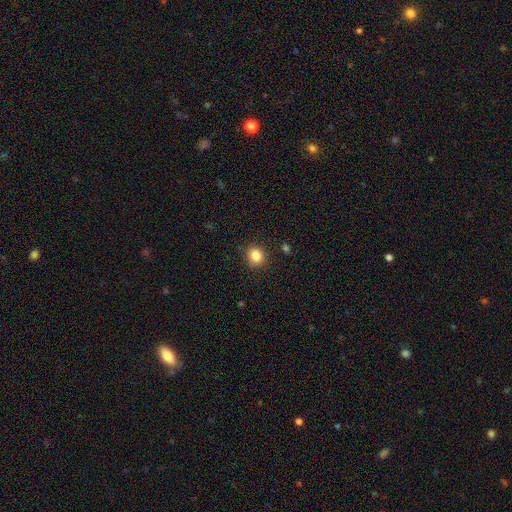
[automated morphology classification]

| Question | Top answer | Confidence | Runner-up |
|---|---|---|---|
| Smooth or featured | smooth | 84% | star or artifact (11%) |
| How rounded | round | 81% | in between (19%) |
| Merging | none | 89% | minor disturbance (8%) |